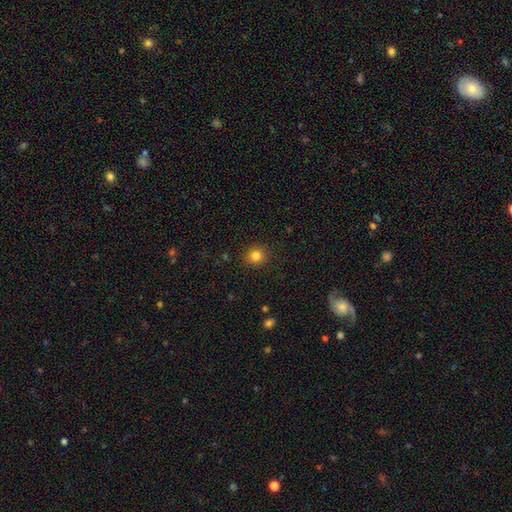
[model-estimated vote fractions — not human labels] A smooth galaxy with no disk features (83%) that is round (90%).

Vote fractions:
- Smooth or featured? smooth: 83% / star or artifact: 12% / featured or disk: 5%
- How rounded? round: 90% / in between: 9% / cigar-shaped: 1%
- Merging? none: 90% / minor disturbance: 6% / major disturbance: 2% / merger: 1%